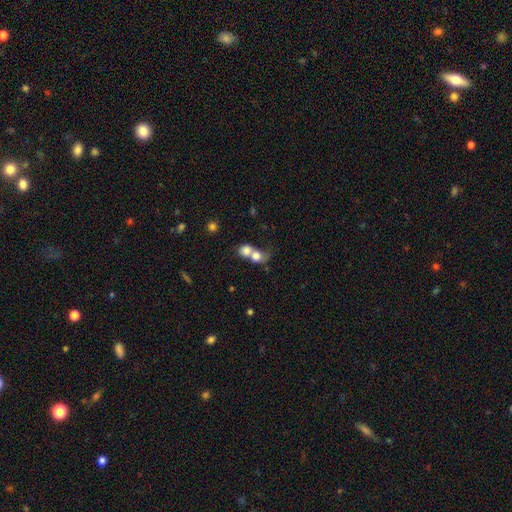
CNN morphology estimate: A smooth galaxy with no disk features (71%) that is round (60%). Merging: merger (77%).